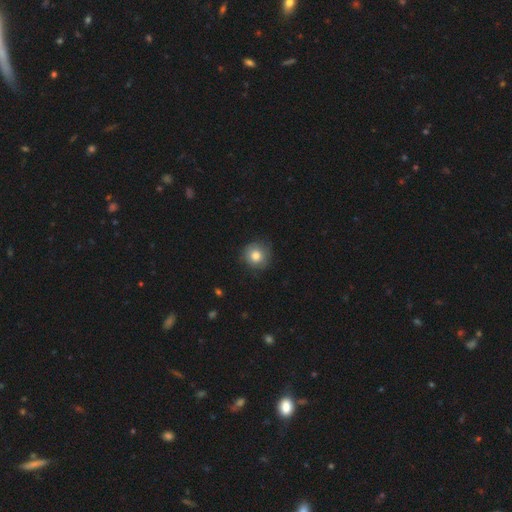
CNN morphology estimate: Smooth or featured? Predicted: smooth (p=0.78). How rounded? Predicted: round (p=0.92). Merging? Predicted: none (p=0.79).